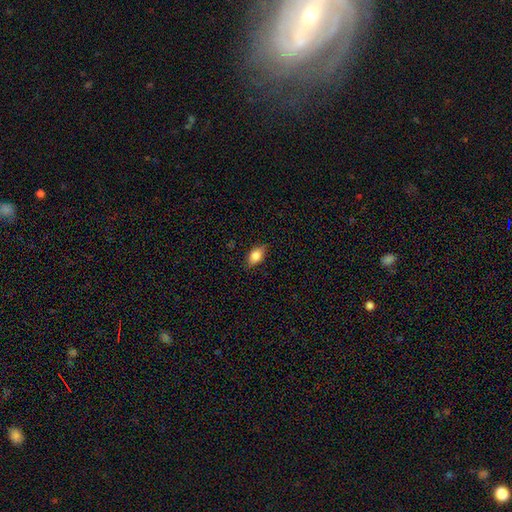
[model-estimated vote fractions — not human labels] This appears to be a smooth galaxy with no disk features (82%) that is in between round and cigar-shaped (85%). Merging: none (81%).